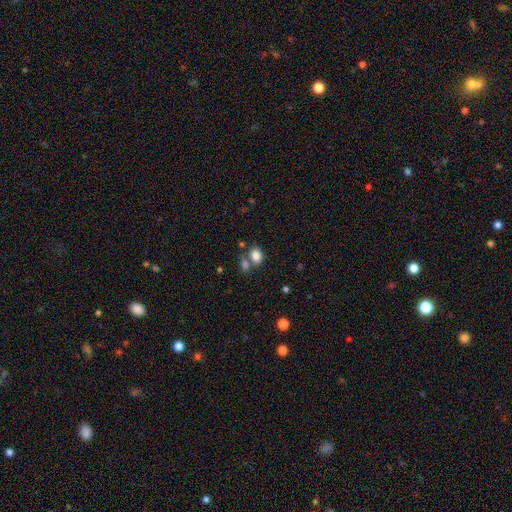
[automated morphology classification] Smooth or featured?
  - smooth: 83% *
  - star or artifact: 10%
  - featured or disk: 7%
How rounded?
  - in between: 77% *
  - round: 22%
  - cigar-shaped: 1%
Merging?
  - none: 53% *
  - merger: 30%
  - minor disturbance: 12%
  - major disturbance: 4%